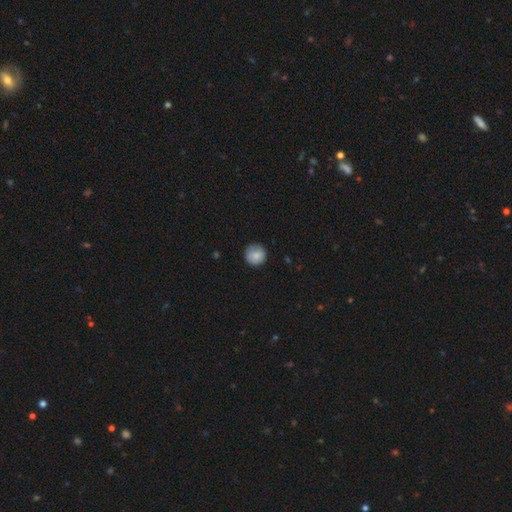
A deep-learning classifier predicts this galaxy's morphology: Smooth or featured? smooth (83%)
How rounded? round (94%)
Merging? none (84%)